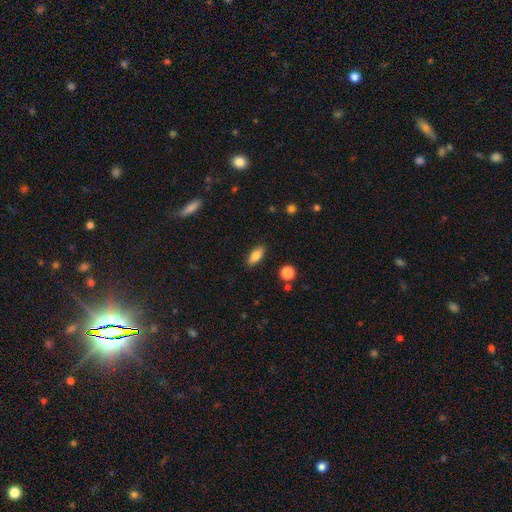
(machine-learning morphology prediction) The model was most divided on "how rounded": in between: 76%, cigar-shaped: 21%, round: 3%. More confident: merging — none (88%); smooth or featured — smooth (80%).